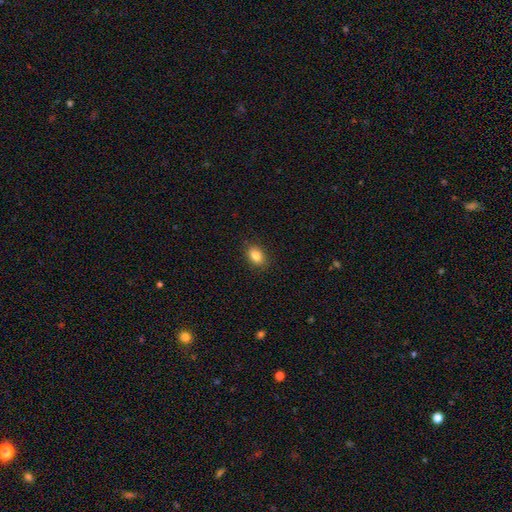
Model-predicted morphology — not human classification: A smooth galaxy with no disk features (85%) that is in between round and cigar-shaped (79%). Merging: none (88%).